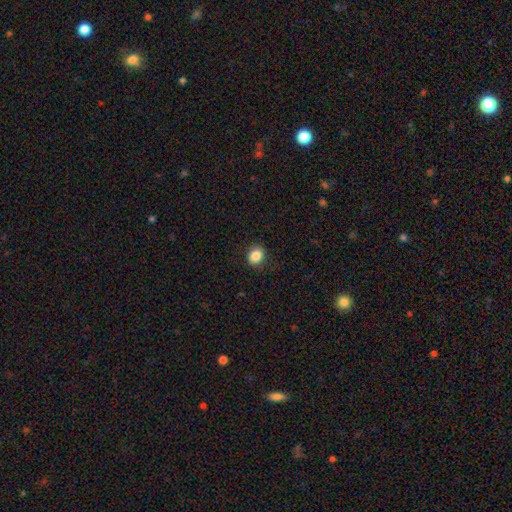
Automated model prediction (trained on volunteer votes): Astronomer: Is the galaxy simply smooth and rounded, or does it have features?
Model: smooth — 87%.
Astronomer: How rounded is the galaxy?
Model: round — 60% (runner-up: in between, 39%).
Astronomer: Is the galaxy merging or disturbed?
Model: none — 87%.